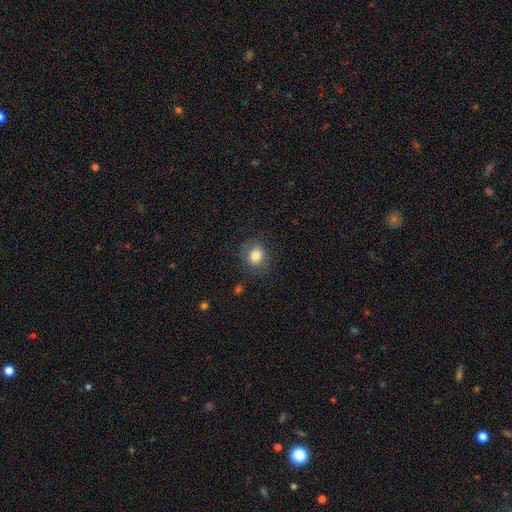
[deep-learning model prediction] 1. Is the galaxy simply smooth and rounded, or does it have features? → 81% smooth, 10% star or artifact, 9% featured or disk.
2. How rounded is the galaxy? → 74% round, 25% in between, 1% cigar-shaped.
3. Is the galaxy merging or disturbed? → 79% none, 14% minor disturbance, 5% major disturbance, 1% merger.